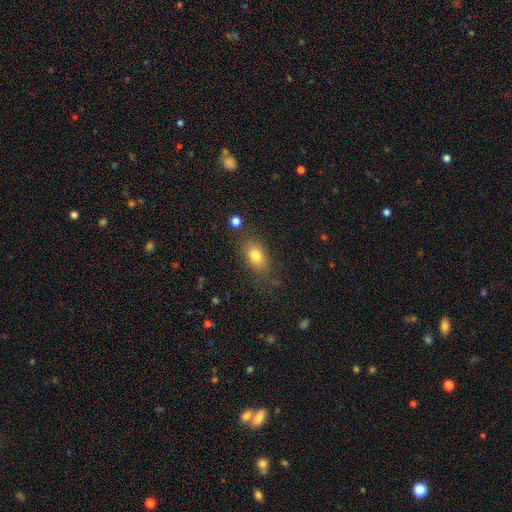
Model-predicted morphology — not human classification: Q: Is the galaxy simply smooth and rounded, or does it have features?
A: smooth — 78%.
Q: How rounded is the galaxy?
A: in between — 77%.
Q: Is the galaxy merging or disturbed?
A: none — 75%.